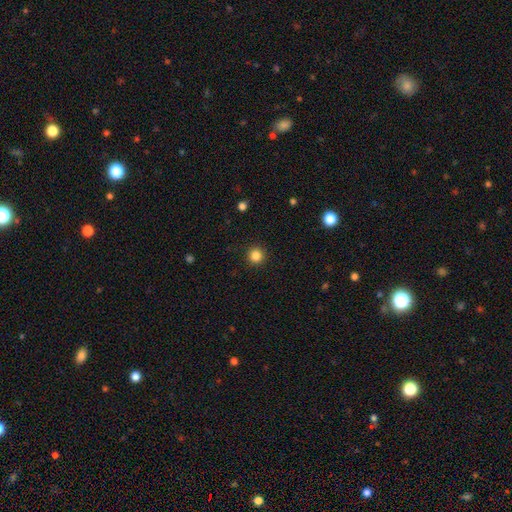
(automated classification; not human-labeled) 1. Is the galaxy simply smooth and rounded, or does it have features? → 85% smooth, 12% star or artifact, 4% featured or disk.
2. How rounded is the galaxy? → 95% round, 4% in between, 1% cigar-shaped.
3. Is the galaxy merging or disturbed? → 92% none, 5% minor disturbance, 2% major disturbance, 1% merger.